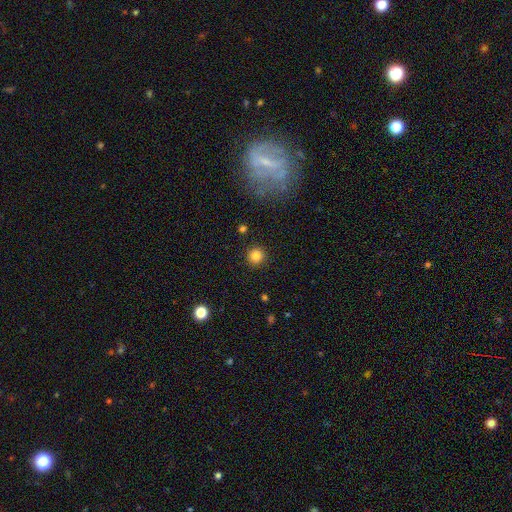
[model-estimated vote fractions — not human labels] smooth_or_featured: smooth (p=0.84) [alt: star or artifact p=0.11]
how_rounded: round (p=0.94) [alt: in between p=0.05]
merging: none (p=0.91) [alt: minor disturbance p=0.05]